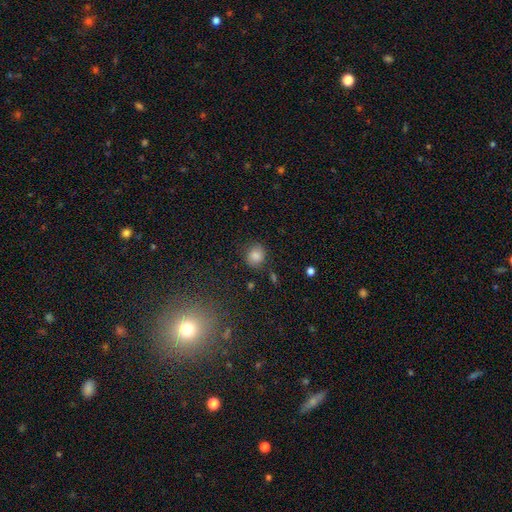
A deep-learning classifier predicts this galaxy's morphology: smooth_or_featured: smooth (p=0.83) [alt: star or artifact p=0.11]
how_rounded: round (p=0.81) [alt: in between p=0.18]
merging: none (p=0.81) [alt: minor disturbance p=0.13]